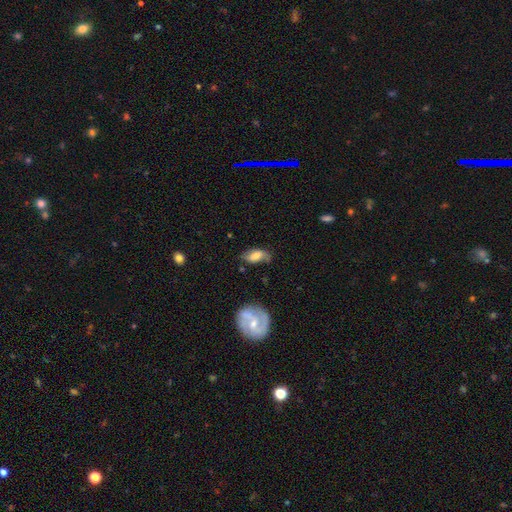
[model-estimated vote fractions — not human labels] Smooth or featured?
  - smooth: 54% *
  - featured or disk: 37%
  - star or artifact: 8%
How rounded?
  - in between: 87% *
  - cigar-shaped: 7%
  - round: 5%
Merging?
  - none: 58% *
  - minor disturbance: 29%
  - major disturbance: 10%
  - merger: 3%